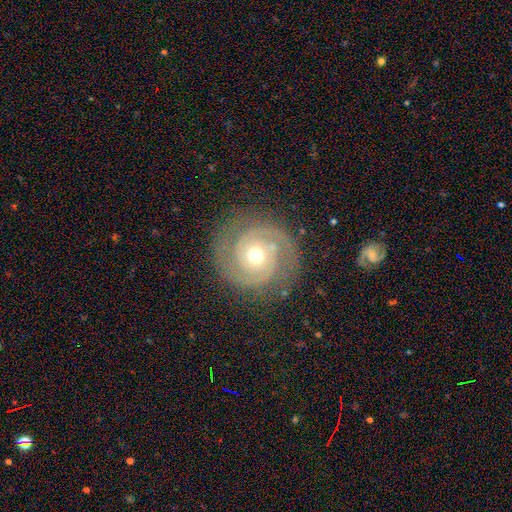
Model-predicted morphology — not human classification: Smooth or featured? featured or disk (91%)
Edge-on disk? no (98%)
Bar? no (73%)
Spiral arms? yes (98%)
Spiral winding? tight (74%)
Spiral arm count? 2 (89%)
Bulge size? moderate (69%)
Merging? none (87%)